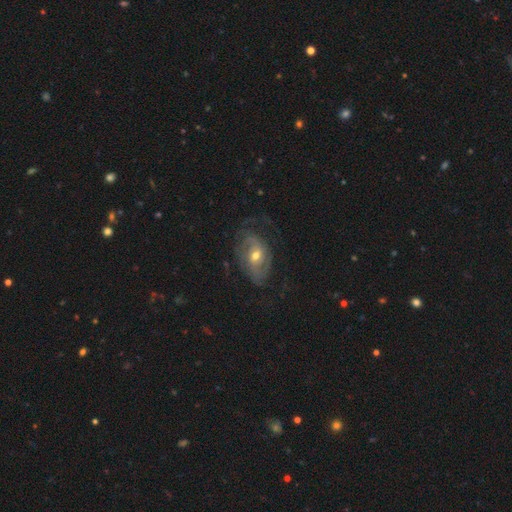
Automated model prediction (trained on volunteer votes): featured or disk 77%, smooth 17%, star or artifact 6%. Down the decision tree: edge-on disk — no (95%); bar — no (60%); spiral arms — yes (84%); spiral arm count — 2 (44%); spiral winding — tight (42%); bulge size — moderate (65%); merging — none (59%).